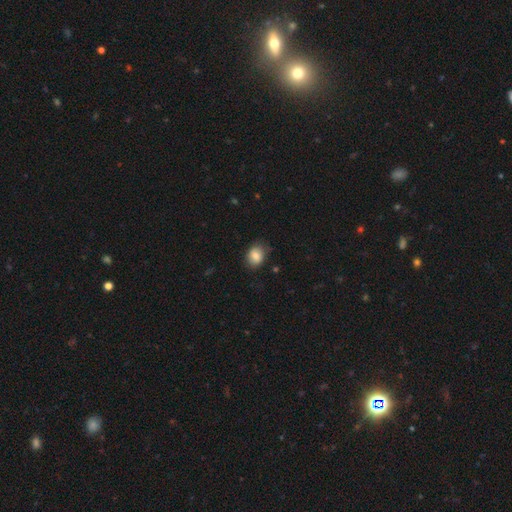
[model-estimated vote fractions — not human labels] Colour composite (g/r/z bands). It shows a smooth galaxy with no disk features (82%) that is in between round and cigar-shaped (59%). Merging: none (72%).